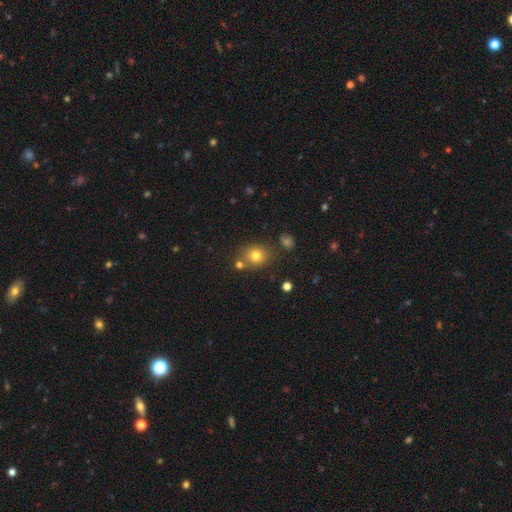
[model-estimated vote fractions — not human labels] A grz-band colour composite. It shows a smooth galaxy with no disk features (77%) that is round (79%). Merging: none (72%).